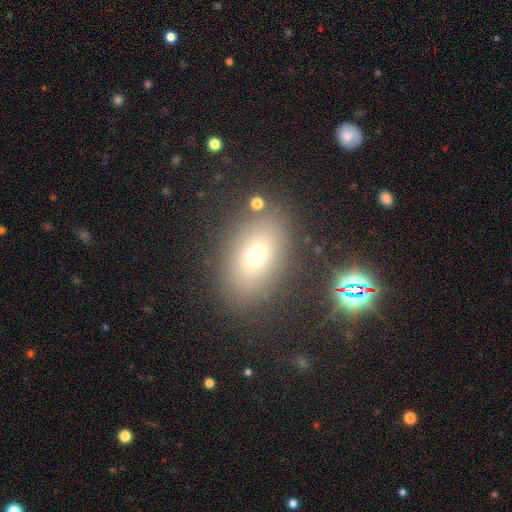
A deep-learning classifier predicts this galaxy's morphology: Overall: smooth (62%). How rounded: in between (83%). Merging: none (82%).